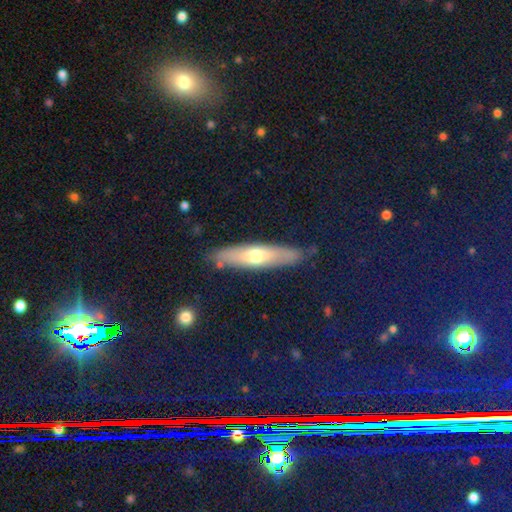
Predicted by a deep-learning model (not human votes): Smooth or featured: smooth — 50% (featured or disk — 45%)
Merging: none — 83% (minor disturbance — 12%)